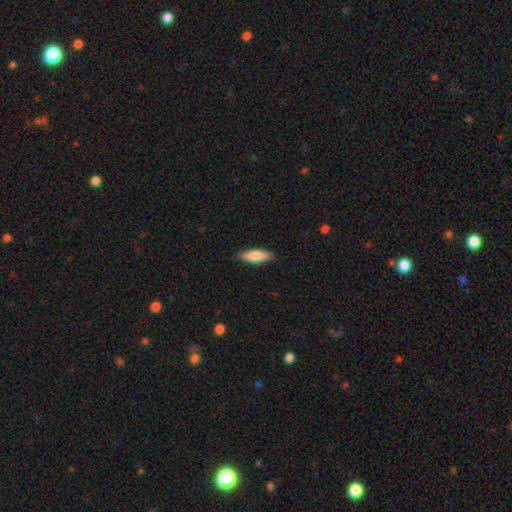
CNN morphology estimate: The model was most divided on "how rounded": in between: 50%, cigar-shaped: 48%, round: 2%. More confident: merging — none (87%); smooth or featured — smooth (81%).